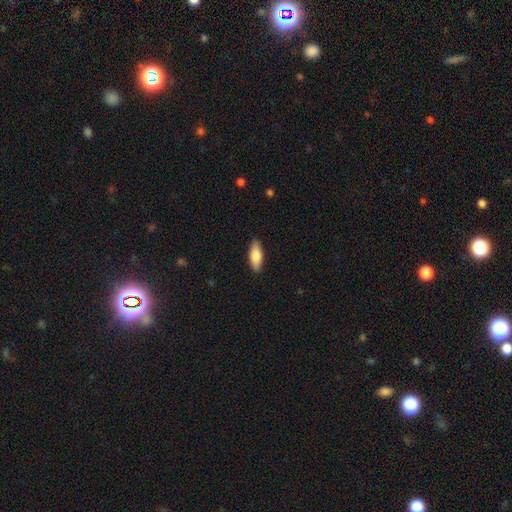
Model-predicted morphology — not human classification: smooth_or_featured: smooth (p=0.80) [alt: featured or disk p=0.14]
how_rounded: in between (p=0.73) [alt: cigar-shaped p=0.25]
merging: none (p=0.89) [alt: minor disturbance p=0.09]